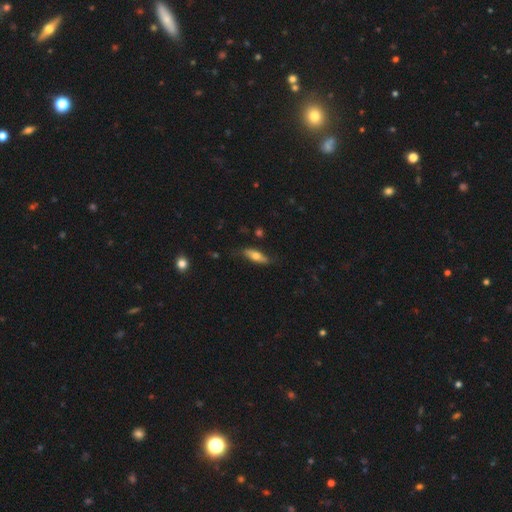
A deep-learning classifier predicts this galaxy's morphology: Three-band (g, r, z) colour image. It shows a smooth galaxy with no disk features (59%) that is in between round and cigar-shaped (51%). Merging: none (74%).